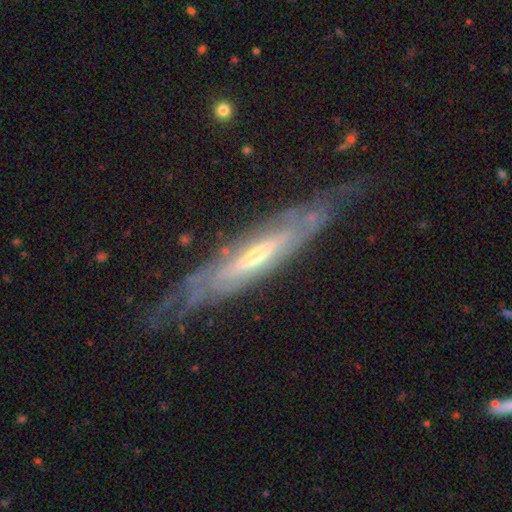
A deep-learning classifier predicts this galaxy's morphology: type=featured or disk (85%); edge-on=yes (52%); merging=none (69%).